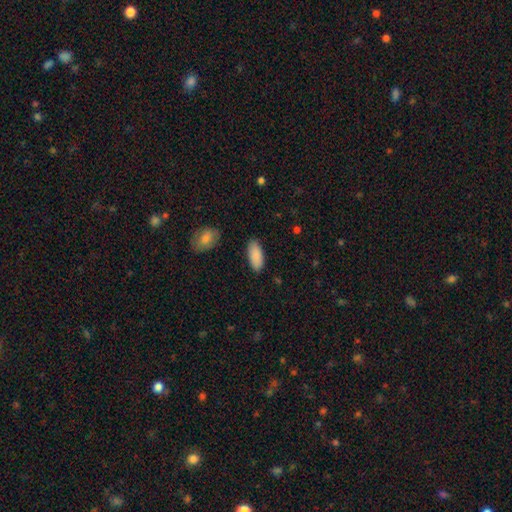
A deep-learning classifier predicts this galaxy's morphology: The model was most divided on "how rounded": in between: 88%, cigar-shaped: 10%, round: 2%. More confident: smooth or featured — smooth (90%); merging — none (87%).